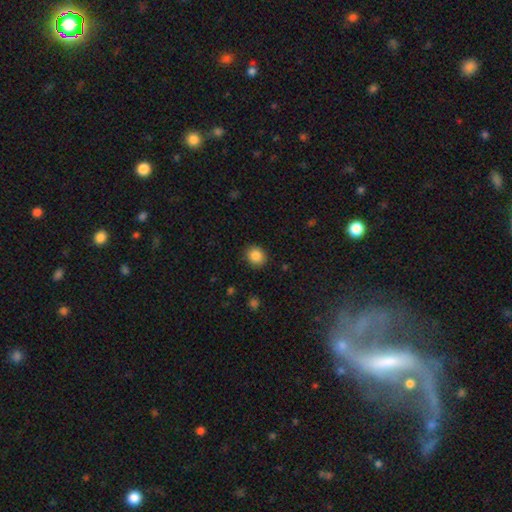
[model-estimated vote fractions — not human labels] Smooth or featured? Predicted: smooth (p=0.86). How rounded? Predicted: round (p=0.79). Merging? Predicted: none (p=0.90).